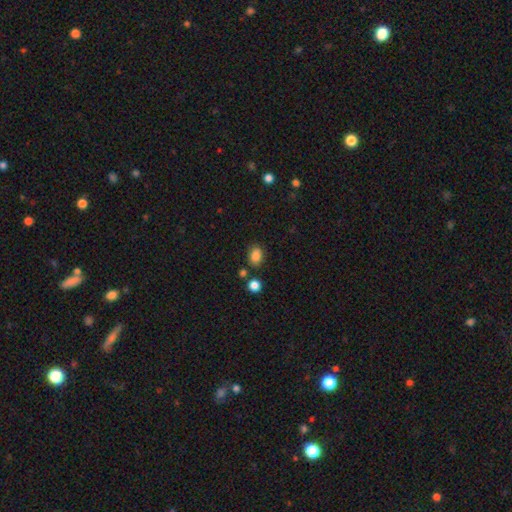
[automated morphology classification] This appears to be a smooth galaxy with no disk features (85%) that is in between round and cigar-shaped (73%). Merging: none (77%).